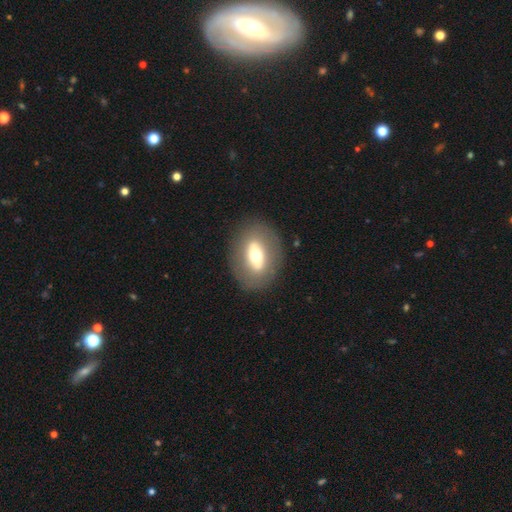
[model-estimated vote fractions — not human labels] Smooth or featured?
  - smooth: 48% *
  - featured or disk: 45%
  - star or artifact: 8%
Merging?
  - none: 83% *
  - minor disturbance: 10%
  - major disturbance: 6%
  - merger: 1%